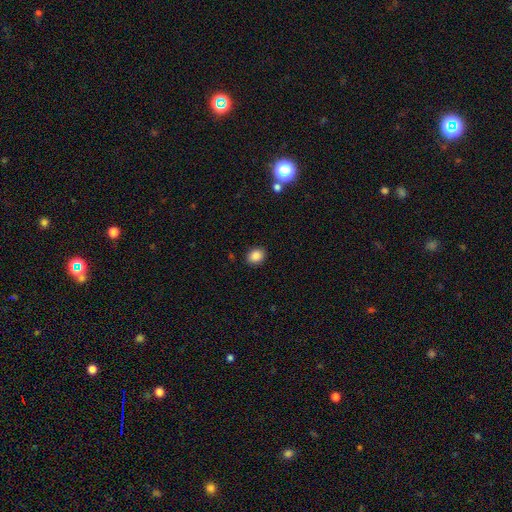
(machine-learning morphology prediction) Smooth or featured?
  - smooth: 87% *
  - star or artifact: 9%
  - featured or disk: 4%
How rounded?
  - in between: 50% *
  - round: 49%
  - cigar-shaped: 1%
Merging?
  - none: 90% *
  - minor disturbance: 7%
  - major disturbance: 2%
  - merger: 1%